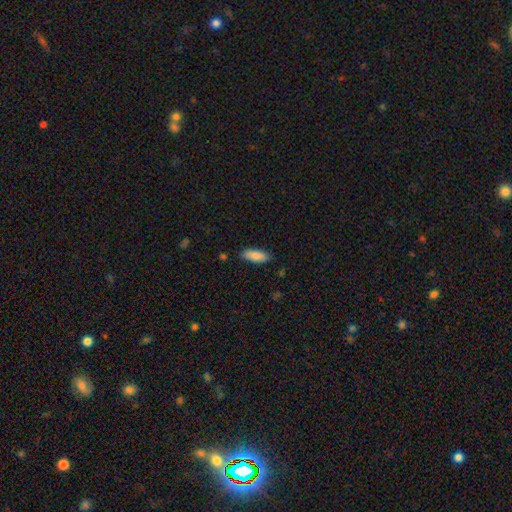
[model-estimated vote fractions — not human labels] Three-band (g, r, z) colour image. It shows a smooth galaxy with no disk features (86%) that is in between round and cigar-shaped (70%). Merging: none (85%).